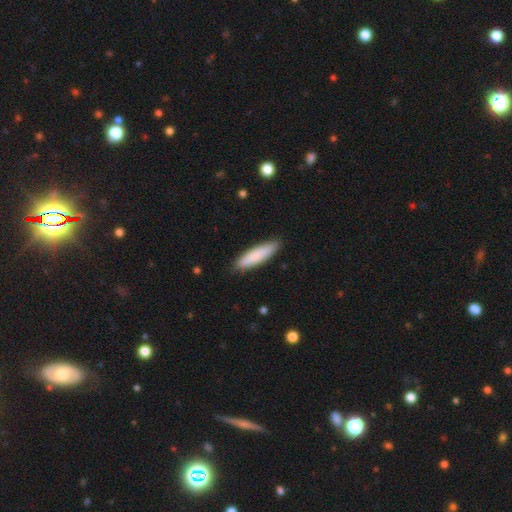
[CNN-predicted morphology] type=smooth (84%); roundness=cigar-shaped (75%); merging=none (88%).